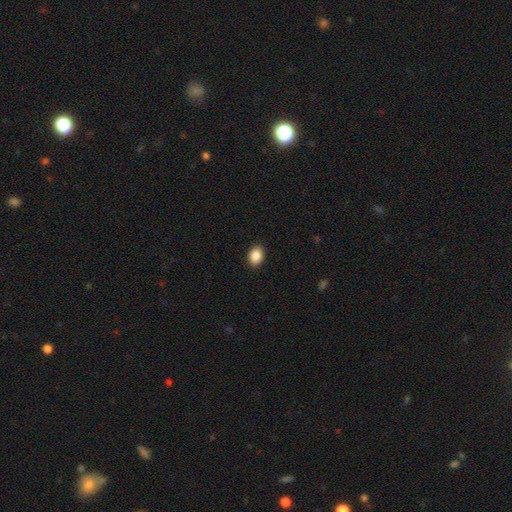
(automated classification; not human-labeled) Smooth or featured: smooth — 88% (star or artifact — 8%)
How rounded: in between — 76% (round — 23%)
Merging: none — 90% (minor disturbance — 8%)